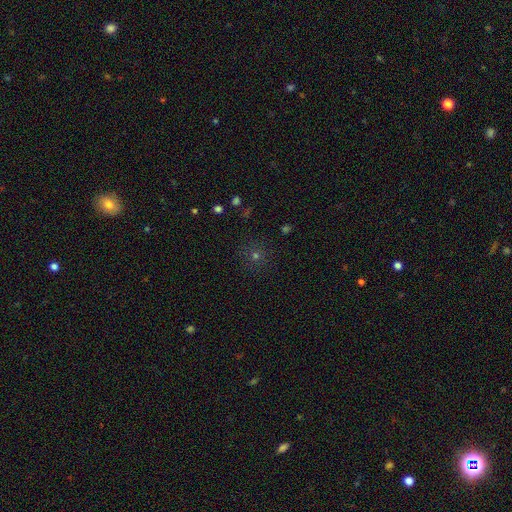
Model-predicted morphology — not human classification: Smooth or featured? Predicted: smooth (p=0.53). How rounded? Predicted: round (p=0.94). Merging? Predicted: none (p=0.88).